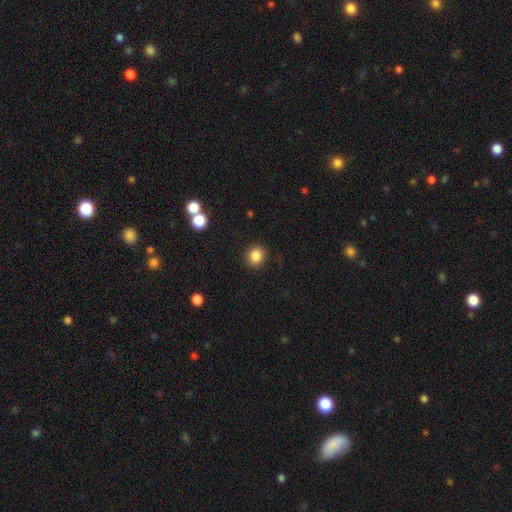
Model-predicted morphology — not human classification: smooth_or_featured: smooth (p=0.85) [alt: star or artifact p=0.11]
how_rounded: round (p=0.84) [alt: in between p=0.15]
merging: none (p=0.89) [alt: minor disturbance p=0.07]